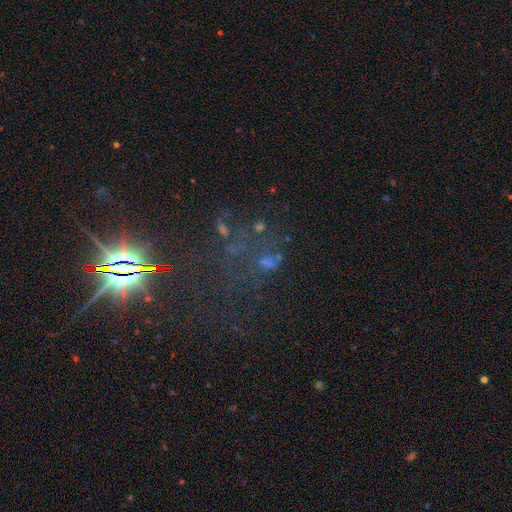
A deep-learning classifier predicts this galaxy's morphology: This is likely a star or artifact rather than a galaxy (70%).